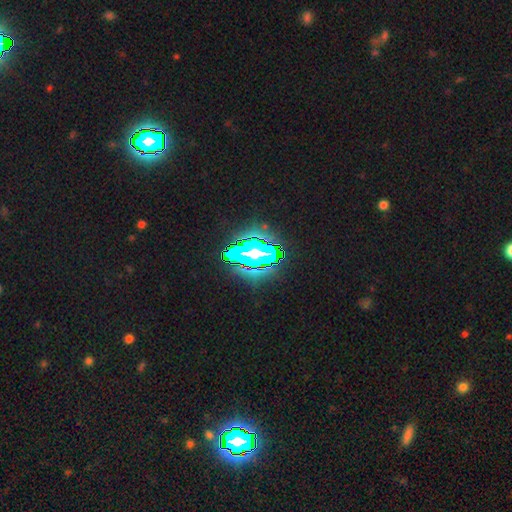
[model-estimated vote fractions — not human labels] Smooth or featured?
  - star or artifact: 82% *
  - smooth: 11%
  - featured or disk: 7%